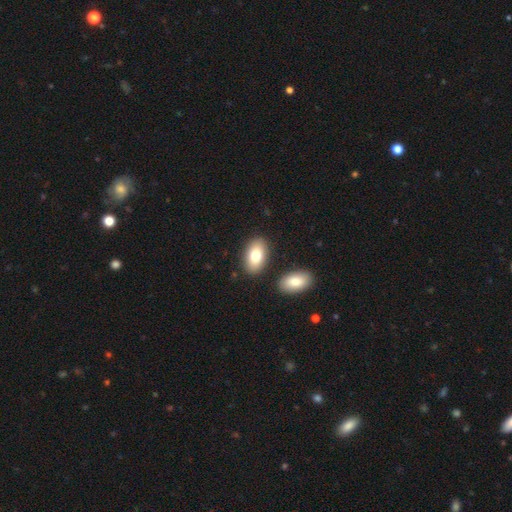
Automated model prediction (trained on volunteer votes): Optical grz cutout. It shows a smooth galaxy with no disk features (82%) that is in between round and cigar-shaped (94%). Merging: none (82%).